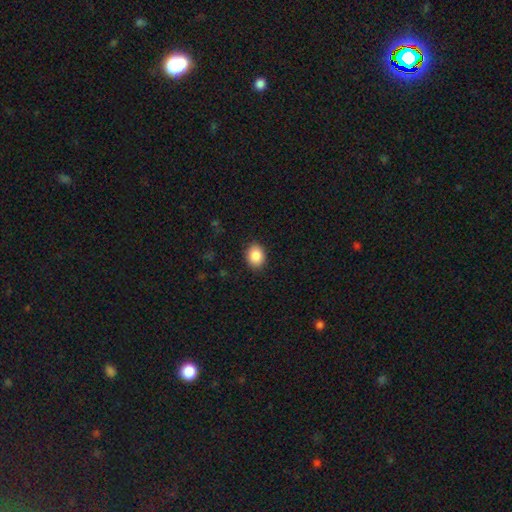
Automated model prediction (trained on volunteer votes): Smooth or featured? smooth (88%)
How rounded? in between (52%)
Merging? none (89%)